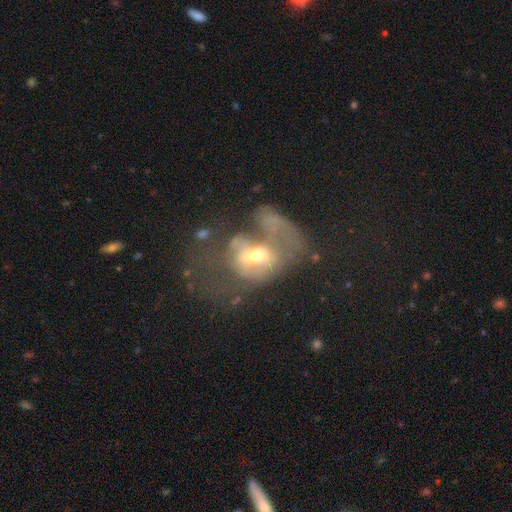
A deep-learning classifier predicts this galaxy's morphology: smooth-or-featured: featured or disk: 54% | smooth: 33% | star or artifact: 12%
  disk-edge-on: no: 95% | yes: 5%
    bar: no: 66% | weak: 25% | strong: 8%
    has-spiral-arms: no: 67% | yes: 33%
    bulge-size: moderate: 53% | small: 37% | large: 6% | none: 2% | dominant: 1%
  merging: major disturbance: 53% | merger: 21% | none: 14% | minor disturbance: 12%